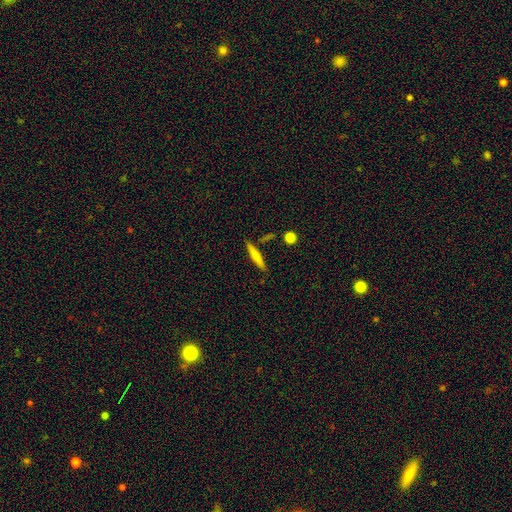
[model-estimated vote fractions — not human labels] This is possibly a smooth galaxy (57%). How rounded: clearly cigar-shaped (92%). Merging: clearly none (85%).